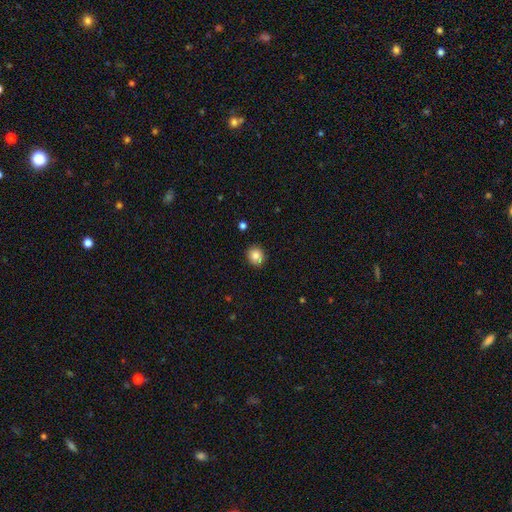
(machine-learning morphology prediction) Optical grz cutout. It shows a smooth galaxy with no disk features (83%) that is round (78%). Merging: none (87%).